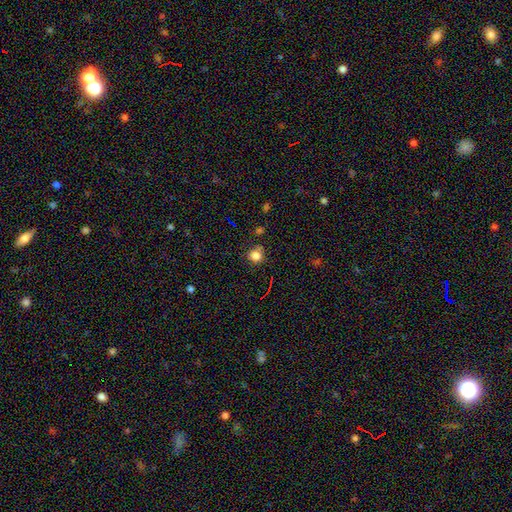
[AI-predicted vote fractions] Smooth or featured? smooth (79%)
How rounded? round (86%)
Merging? none (79%)